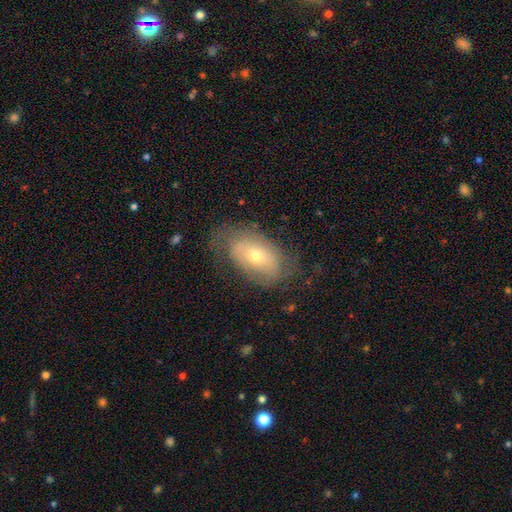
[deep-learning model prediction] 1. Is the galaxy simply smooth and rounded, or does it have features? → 46% featured or disk, 45% smooth, 9% star or artifact.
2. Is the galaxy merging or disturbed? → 60% none, 24% minor disturbance, 15% major disturbance, 1% merger.